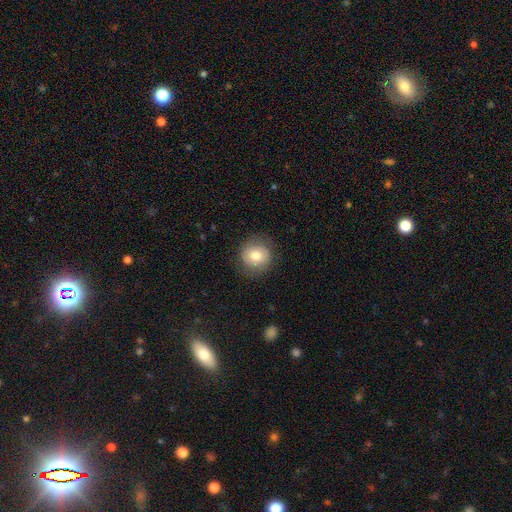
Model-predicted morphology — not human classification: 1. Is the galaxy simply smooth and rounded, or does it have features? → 72% smooth, 20% featured or disk, 8% star or artifact.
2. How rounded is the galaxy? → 87% round, 12% in between, 1% cigar-shaped.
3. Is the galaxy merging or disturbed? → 81% none, 13% minor disturbance, 5% major disturbance, 1% merger.